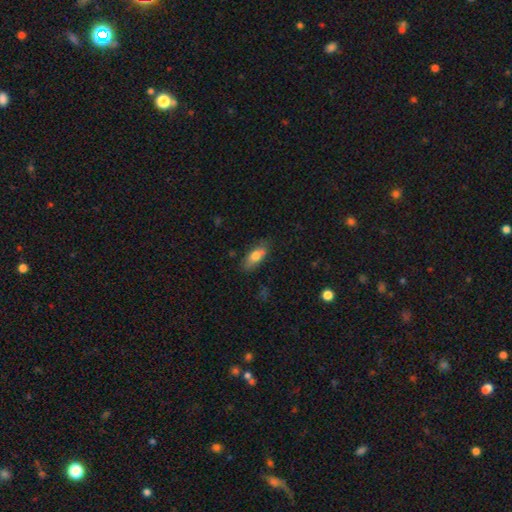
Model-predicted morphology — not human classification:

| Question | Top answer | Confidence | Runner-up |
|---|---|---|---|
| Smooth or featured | smooth | 75% | featured or disk (18%) |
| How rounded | in between | 77% | cigar-shaped (20%) |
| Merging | none | 79% | minor disturbance (16%) |